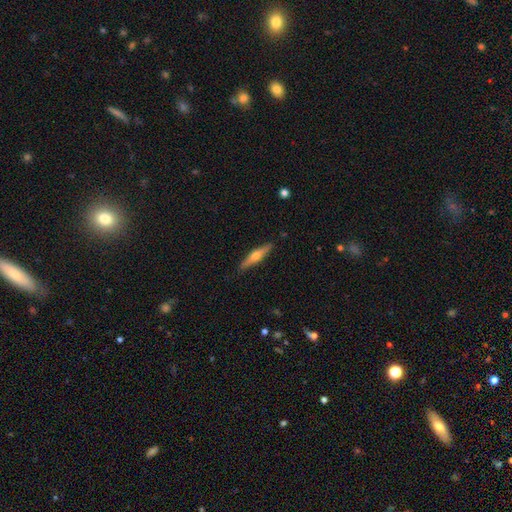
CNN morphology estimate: Overall: featured or disk (63%; smooth 32%). Edge-on disk: yes (96%). Edge-on bulge: rounded (92%). Merging: none (89%).